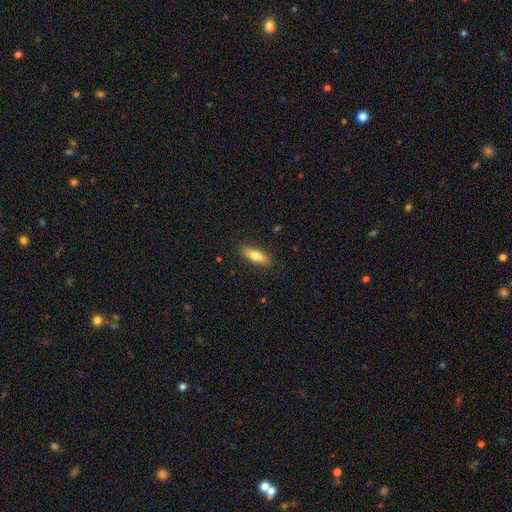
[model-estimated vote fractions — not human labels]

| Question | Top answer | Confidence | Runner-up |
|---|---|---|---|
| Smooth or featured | smooth | 71% | featured or disk (22%) |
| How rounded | in between | 54% | cigar-shaped (43%) |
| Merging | none | 87% | minor disturbance (10%) |